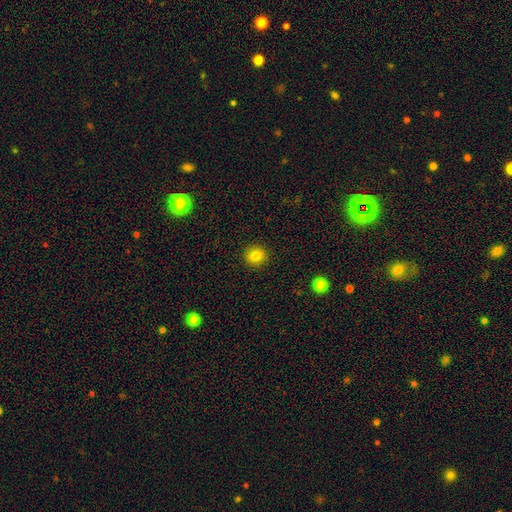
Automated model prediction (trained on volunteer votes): A smooth galaxy with no disk features (82%) that is round (88%). Merging: none (91%).